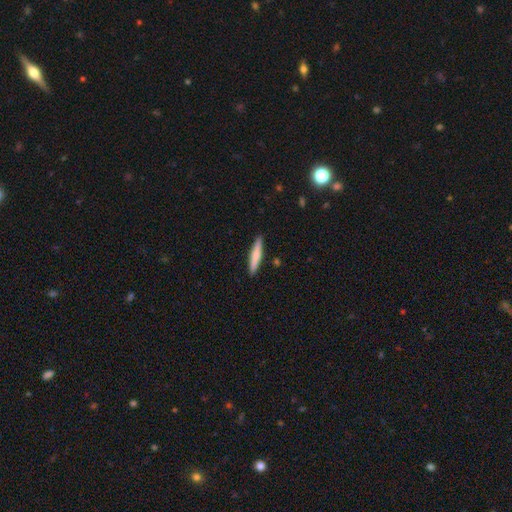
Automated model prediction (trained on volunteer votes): Q: Smooth or featured?
A: smooth (70%); runner-up: featured or disk (25%)
Q: How rounded?
A: cigar-shaped (92%); runner-up: in between (7%)
Q: Merging?
A: none (90%); runner-up: minor disturbance (7%)